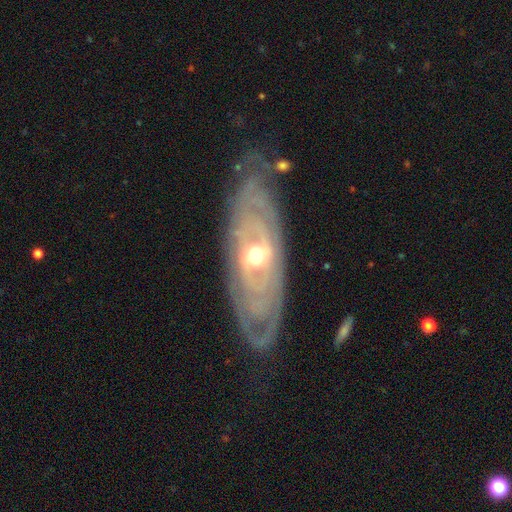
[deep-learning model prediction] smooth_or_featured: featured or disk (p=0.83) [alt: smooth p=0.12]
disk_edge_on: no (p=0.84) [alt: yes p=0.16]
bar: no (p=0.46) [alt: weak p=0.35]
has_spiral_arms: yes (p=0.79) [alt: no p=0.21]
spiral_winding: tight (p=0.69) [alt: medium p=0.22]
spiral_arm_count: can't tell (p=0.47) [alt: 2 p=0.27]
bulge_size: moderate (p=0.71) [alt: small p=0.20]
merging: none (p=0.77) [alt: minor disturbance p=0.15]